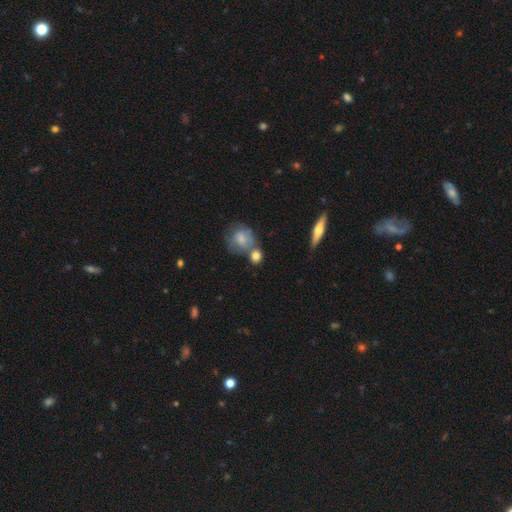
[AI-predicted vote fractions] A smooth galaxy with no disk features (73%) that is round (73%). Merging: none (51%).